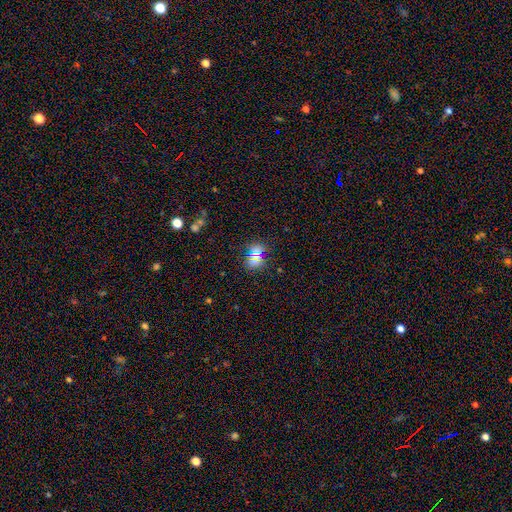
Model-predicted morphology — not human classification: smooth-or-featured: smooth: 55% | star or artifact: 34% | featured or disk: 11%
  how-rounded: round: 55% | in between: 41% | cigar-shaped: 4%
  merging: none: 75% | minor disturbance: 12% | merger: 8% | major disturbance: 6%